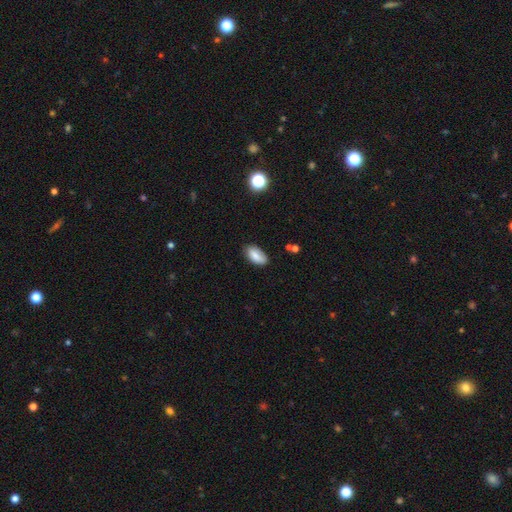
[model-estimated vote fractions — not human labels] smooth-or-featured: smooth: 83% | featured or disk: 9% | star or artifact: 8%
  how-rounded: in between: 93% | cigar-shaped: 4% | round: 3%
  merging: none: 80% | minor disturbance: 16% | major disturbance: 3% | merger: 2%